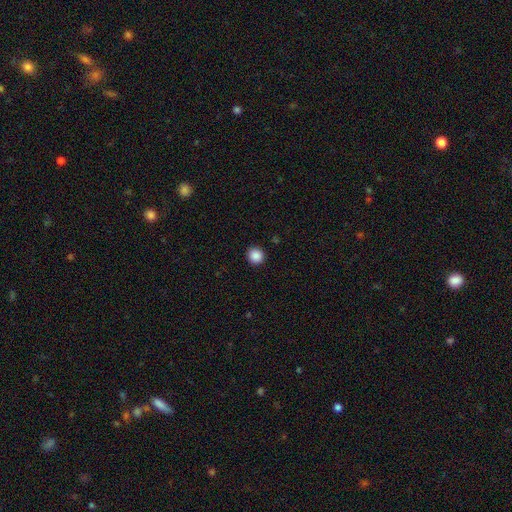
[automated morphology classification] smooth 88%, star or artifact 9%, featured or disk 2%. Down the decision tree: how rounded — round (94%); merging — none (93%).